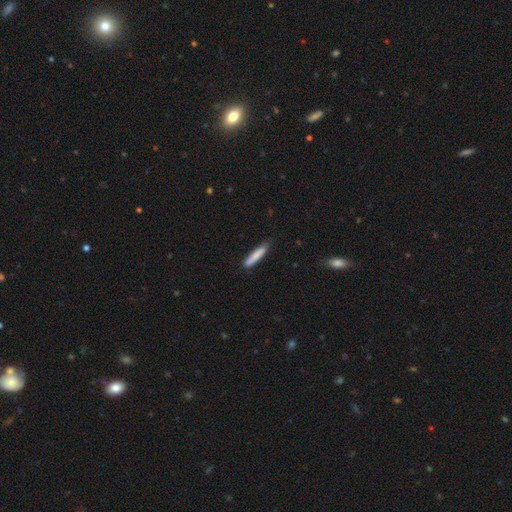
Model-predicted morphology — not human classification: Smooth or featured? Predicted: smooth (p=0.82). How rounded? Predicted: cigar-shaped (p=0.90). Merging? Predicted: none (p=0.83).